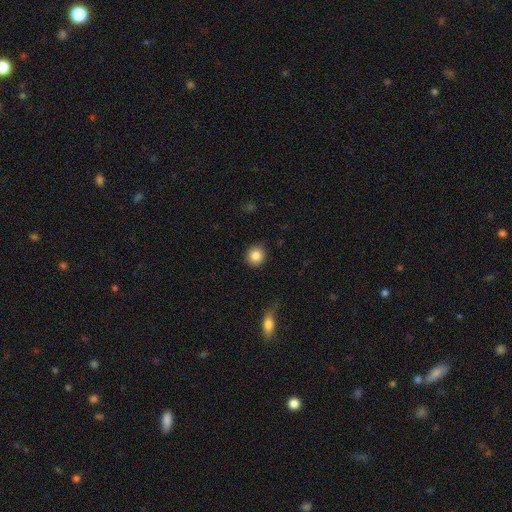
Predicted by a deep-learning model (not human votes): This is clearly a smooth galaxy (86%). How rounded: clearly round (93%). Merging: clearly none (88%).